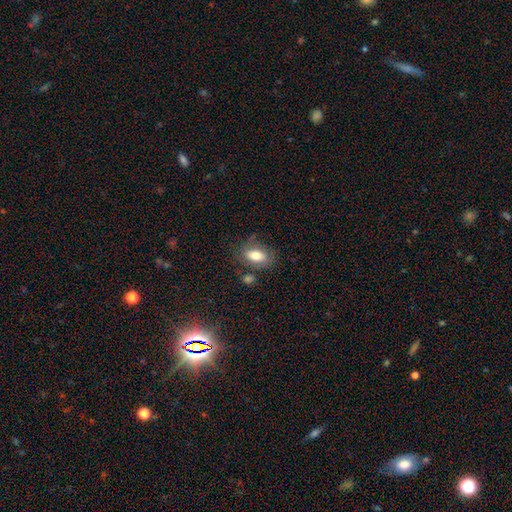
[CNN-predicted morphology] Smooth or featured? Predicted: smooth (p=0.74). How rounded? Predicted: in between (p=0.87). Merging? Predicted: none (p=0.63).